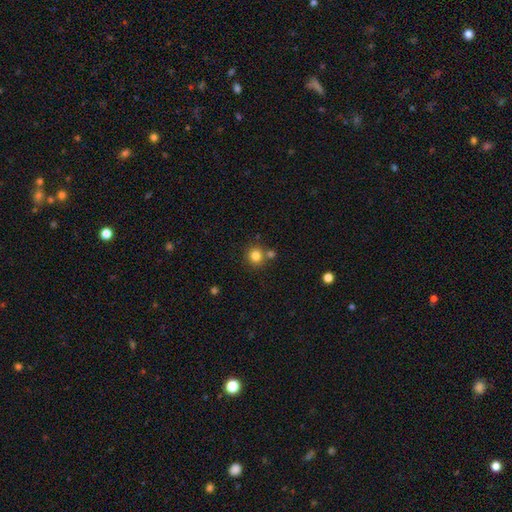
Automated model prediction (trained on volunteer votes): Smooth or featured? Predicted: smooth (p=0.82). How rounded? Predicted: round (p=0.90). Merging? Predicted: none (p=0.72).